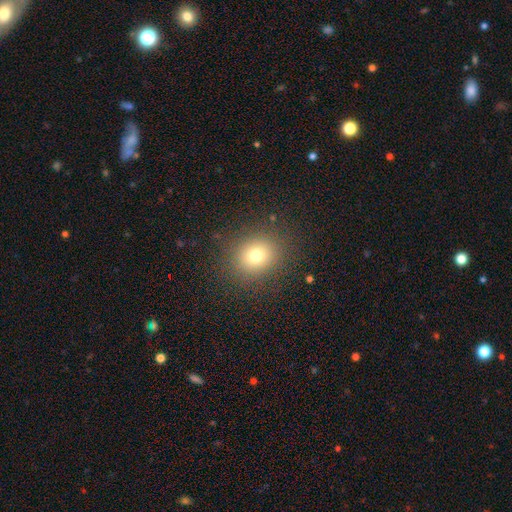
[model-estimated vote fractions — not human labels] Smooth or featured? smooth (76%)
How rounded? round (72%)
Merging? none (88%)